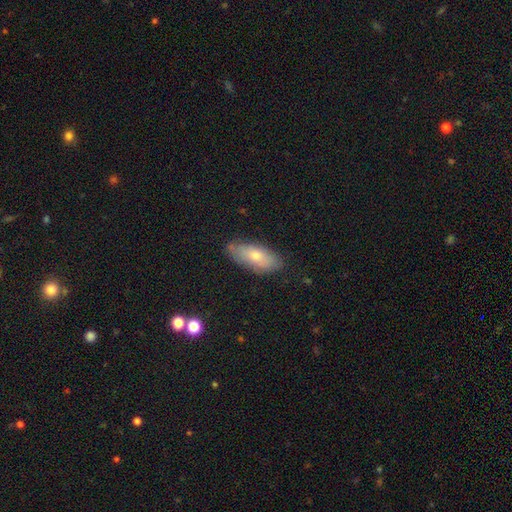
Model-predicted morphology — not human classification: This appears to be a smooth galaxy with no disk features (67%) that is in between round and cigar-shaped (78%). Merging: none (79%).